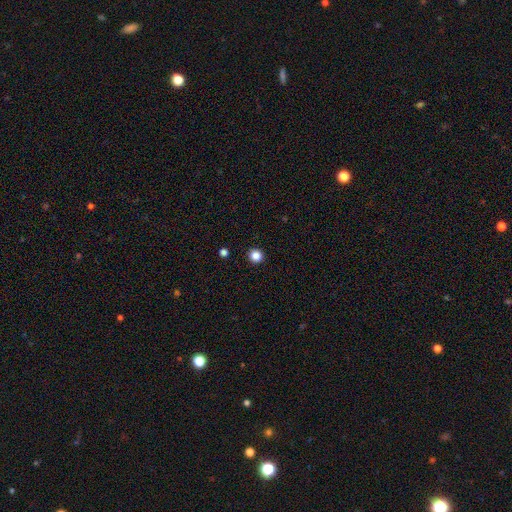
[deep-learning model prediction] Smooth or featured: smooth — 85% (star or artifact — 12%)
How rounded: round — 92% (in between — 8%)
Merging: none — 93% (minor disturbance — 4%)